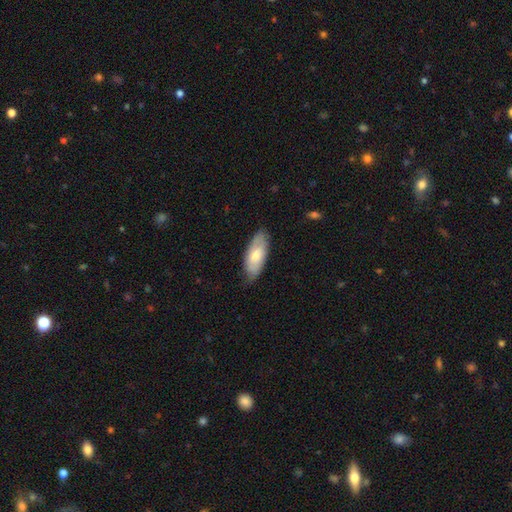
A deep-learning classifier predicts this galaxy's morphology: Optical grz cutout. It shows a smooth galaxy with no disk features (69%) that is in between round and cigar-shaped (81%). Merging: none (74%).